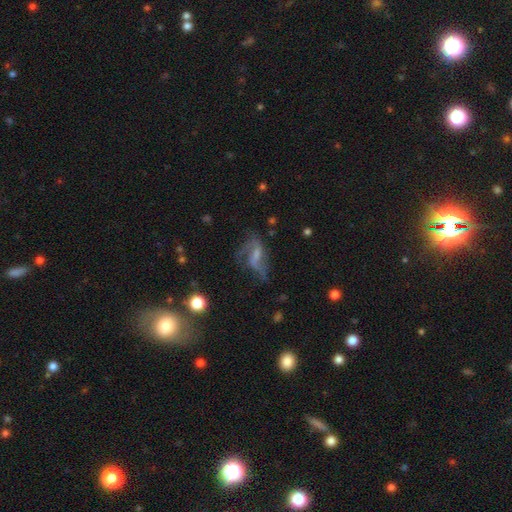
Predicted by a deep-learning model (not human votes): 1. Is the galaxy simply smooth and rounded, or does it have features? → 68% featured or disk, 20% smooth, 12% star or artifact.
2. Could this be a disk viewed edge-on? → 94% no, 6% yes.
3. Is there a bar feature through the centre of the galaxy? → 43% weak, 37% no, 20% strong.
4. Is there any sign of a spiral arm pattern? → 80% yes, 20% no.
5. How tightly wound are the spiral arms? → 64% loose, 28% medium, 8% tight.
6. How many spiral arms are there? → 67% 2, 12% can't tell, 10% 1, 6% 3, 2% 4, 2% more than 4.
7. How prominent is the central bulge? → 44% small, 26% moderate, 25% none, 4% large, 1% dominant.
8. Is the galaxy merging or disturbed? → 41% none, 33% major disturbance, 22% minor disturbance, 4% merger.